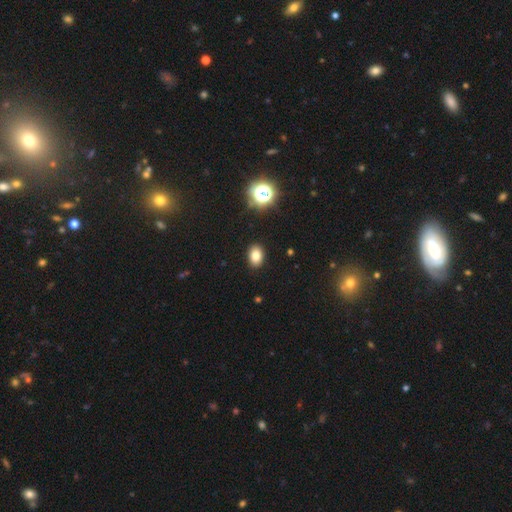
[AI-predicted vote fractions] The model was most divided on "how rounded": in between: 78%, round: 21%, cigar-shaped: 1%. More confident: merging — none (90%); smooth or featured — smooth (81%).